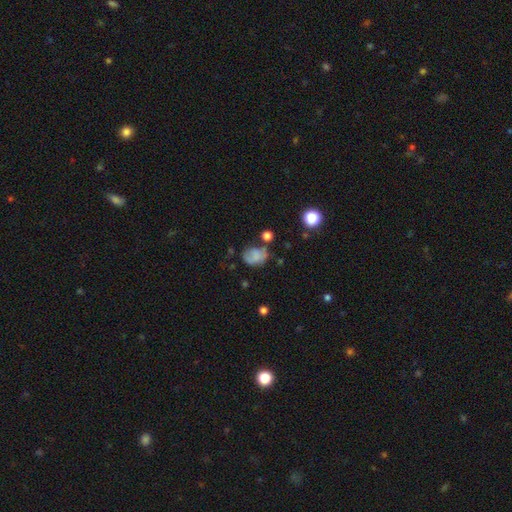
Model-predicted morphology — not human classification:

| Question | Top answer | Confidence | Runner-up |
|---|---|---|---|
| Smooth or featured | smooth | 69% | featured or disk (19%) |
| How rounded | in between | 56% | round (43%) |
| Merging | none | 47% | minor disturbance (28%) |